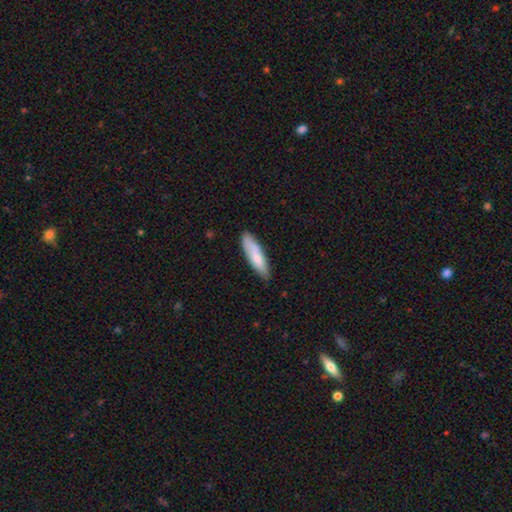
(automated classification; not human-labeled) Smooth or featured: smooth — 76% (featured or disk — 18%)
How rounded: cigar-shaped — 68% (in between — 30%)
Merging: none — 76% (minor disturbance — 18%)